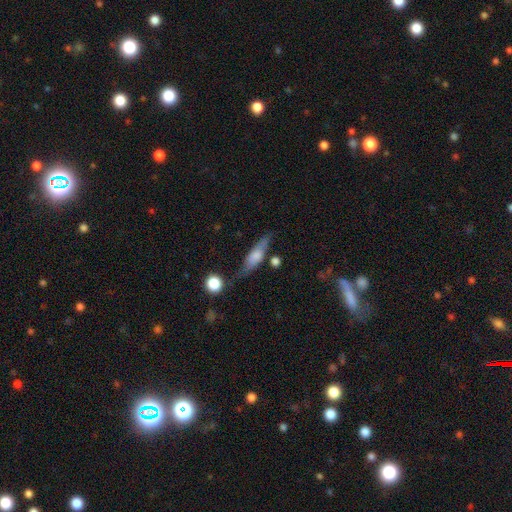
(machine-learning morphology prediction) smooth 51%, featured or disk 42%, star or artifact 7%. Down the decision tree: how rounded — cigar-shaped (58%); merging — none (62%).